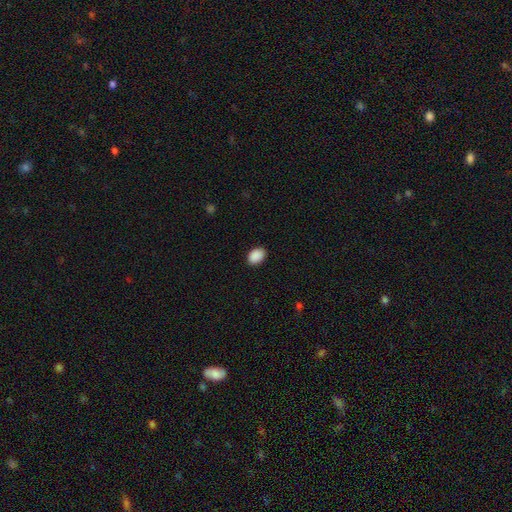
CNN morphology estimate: A smooth galaxy with no disk features (90%) that is in between round and cigar-shaped (79%). Merging: none (88%).